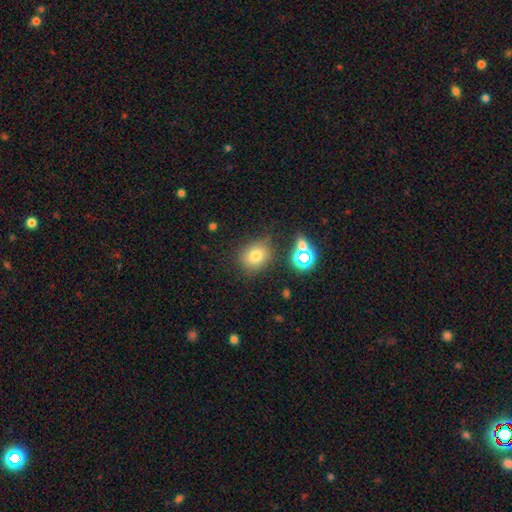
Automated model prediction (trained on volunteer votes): Q: Smooth or featured?
A: smooth (72%); runner-up: star or artifact (18%)
Q: How rounded?
A: round (68%); runner-up: in between (31%)
Q: Merging?
A: none (75%); runner-up: minor disturbance (14%)